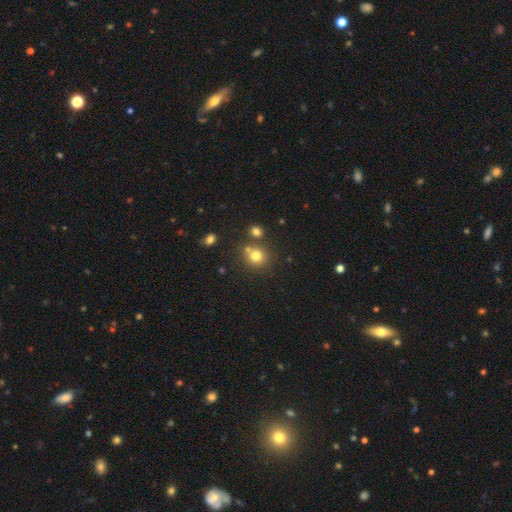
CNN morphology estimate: A smooth galaxy with no disk features (76%) that is round (86%). Merging: none (66%).